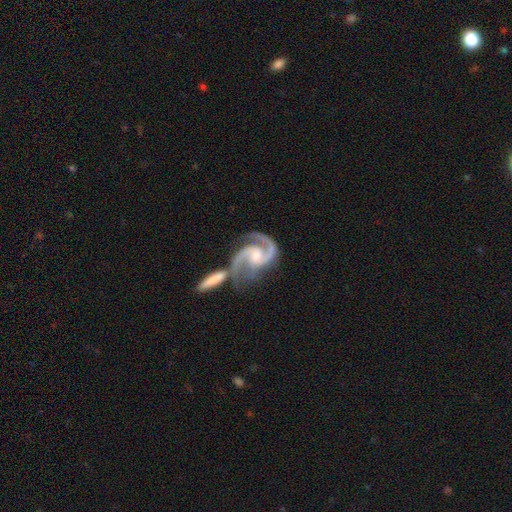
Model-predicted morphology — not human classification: Smooth or featured?
  - featured or disk: 93% *
  - star or artifact: 4%
  - smooth: 3%
Edge-on disk?
  - no: 98% *
  - yes: 2%
Bar?
  - no: 48% *
  - weak: 39%
  - strong: 13%
Spiral arms?
  - yes: 98% *
  - no: 2%
Spiral winding?
  - medium: 64% *
  - tight: 18%
  - loose: 18%
Spiral arm count?
  - 2: 89% *
  - 3: 5%
  - can't tell: 2%
  - 1: 2%
  - 4: 1%
  - more than 4: 1%
Bulge size?
  - small: 55% *
  - moderate: 37%
  - none: 5%
  - large: 2%
  - dominant: 1%
Merging?
  - none: 38% *
  - merger: 36%
  - minor disturbance: 16%
  - major disturbance: 10%